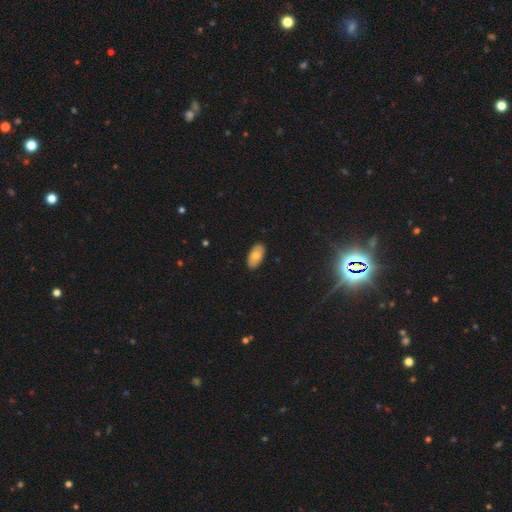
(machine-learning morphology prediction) smooth 76%, featured or disk 17%, star or artifact 7%. Down the decision tree: how rounded — in between (95%); merging — none (89%).